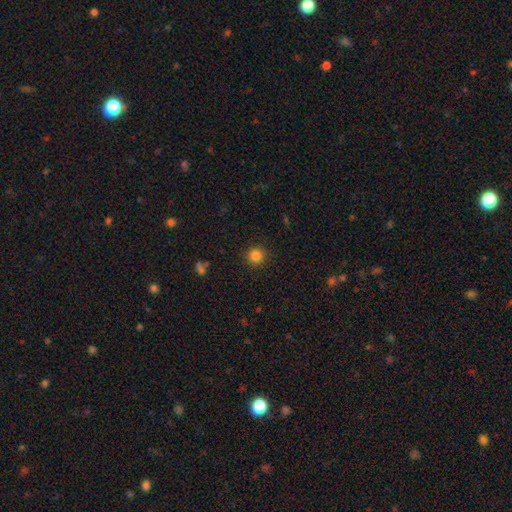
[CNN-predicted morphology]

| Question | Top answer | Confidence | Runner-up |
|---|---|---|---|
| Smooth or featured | smooth | 84% | star or artifact (12%) |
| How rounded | round | 93% | in between (6%) |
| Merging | none | 91% | minor disturbance (6%) |